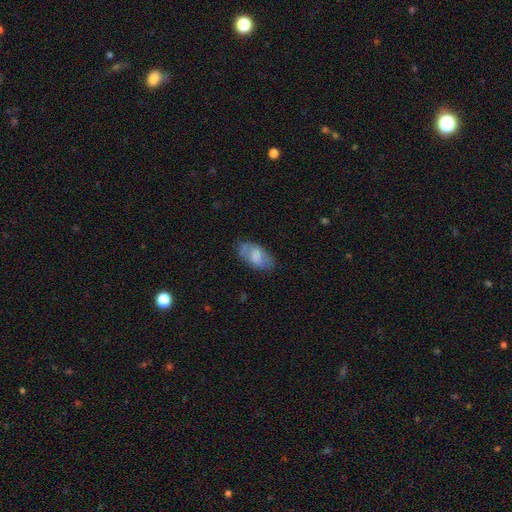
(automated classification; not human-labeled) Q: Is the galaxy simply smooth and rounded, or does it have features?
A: smooth — 67%.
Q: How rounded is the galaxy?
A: in between — 93%.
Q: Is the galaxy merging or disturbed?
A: none — 62%.